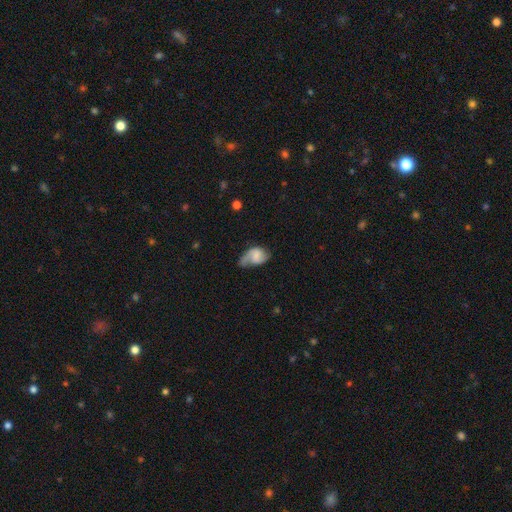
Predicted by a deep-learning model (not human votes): This appears to be a featured or disk galaxy (53%) with no bar (46%), spiral arms (87%) and no central bulge (44%). Merging: none (38%).